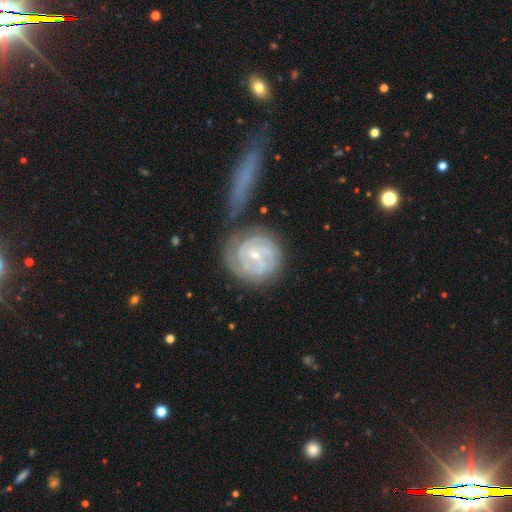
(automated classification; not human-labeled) Smooth or featured?
  - featured or disk: 82% *
  - smooth: 13%
  - star or artifact: 5%
Edge-on disk?
  - no: 97% *
  - yes: 3%
Bar?
  - no: 47% *
  - weak: 41%
  - strong: 12%
Spiral arms?
  - yes: 93% *
  - no: 7%
Spiral winding?
  - tight: 77% *
  - medium: 18%
  - loose: 5%
Spiral arm count?
  - can't tell: 32% *
  - 2: 30%
  - 3: 20%
  - 4: 8%
  - 1: 5%
  - more than 4: 5%
Bulge size?
  - small: 65% *
  - moderate: 31%
  - none: 1%
  - large: 1%
  - dominant: 1%
Merging?
  - none: 57% *
  - minor disturbance: 19%
  - merger: 14%
  - major disturbance: 9%